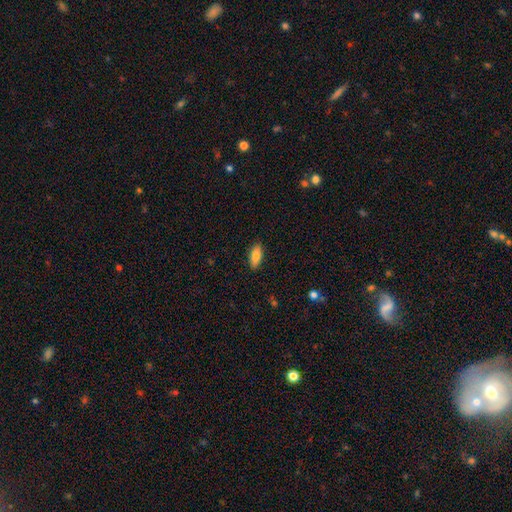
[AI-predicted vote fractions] smooth 81%, featured or disk 12%, star or artifact 6%. Down the decision tree: how rounded — in between (82%); merging — none (89%).